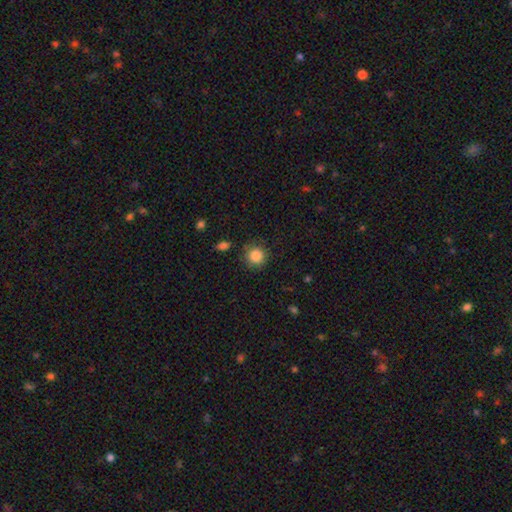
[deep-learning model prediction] Smooth or featured?
  - smooth: 87% *
  - star or artifact: 9%
  - featured or disk: 4%
How rounded?
  - round: 93% *
  - in between: 6%
  - cigar-shaped: 1%
Merging?
  - none: 84% *
  - minor disturbance: 11%
  - major disturbance: 3%
  - merger: 2%